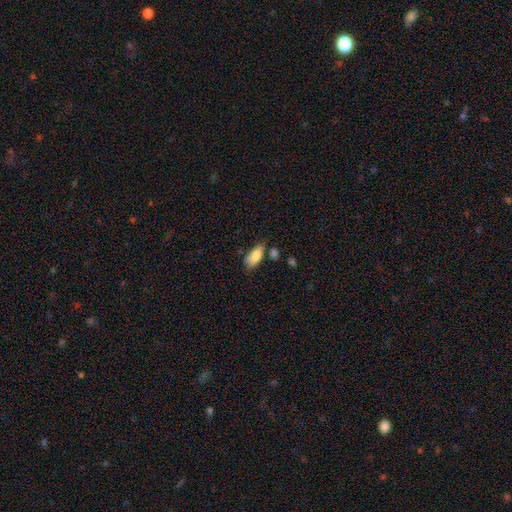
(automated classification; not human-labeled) Smooth or featured? Predicted: smooth (p=0.81). How rounded? Predicted: in between (p=0.83). Merging? Predicted: none (p=0.48).